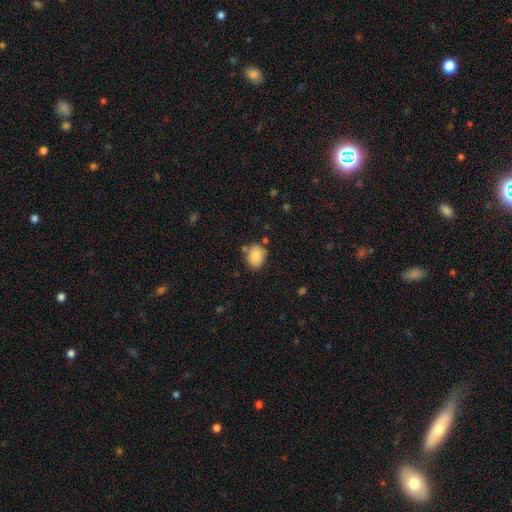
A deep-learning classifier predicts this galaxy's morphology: Smooth or featured? Predicted: smooth (p=0.83). How rounded? Predicted: in between (p=0.61). Merging? Predicted: none (p=0.71).